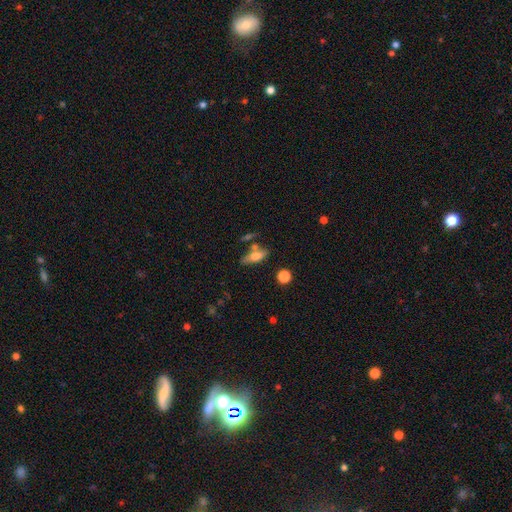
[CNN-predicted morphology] type=smooth (70%); roundness=in between (65%); merging=none (57%).